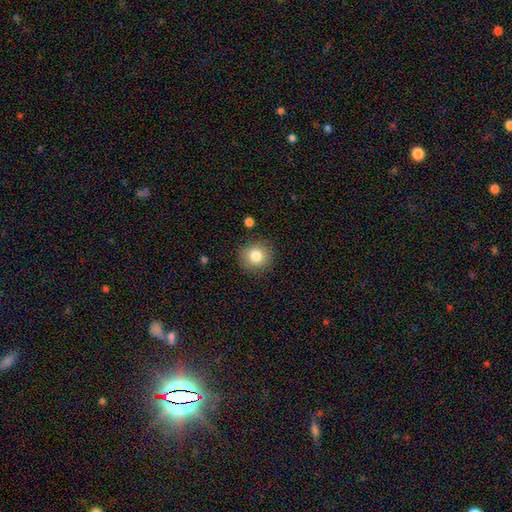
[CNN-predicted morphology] Smooth or featured? Predicted: smooth (p=0.82). How rounded? Predicted: round (p=0.88). Merging? Predicted: none (p=0.87).